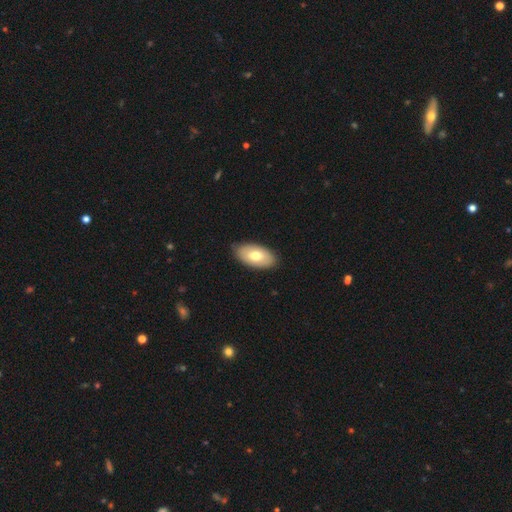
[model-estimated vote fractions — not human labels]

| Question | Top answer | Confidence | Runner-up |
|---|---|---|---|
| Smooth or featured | smooth | 69% | featured or disk (25%) |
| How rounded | in between | 94% | round (3%) |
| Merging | none | 84% | minor disturbance (13%) |